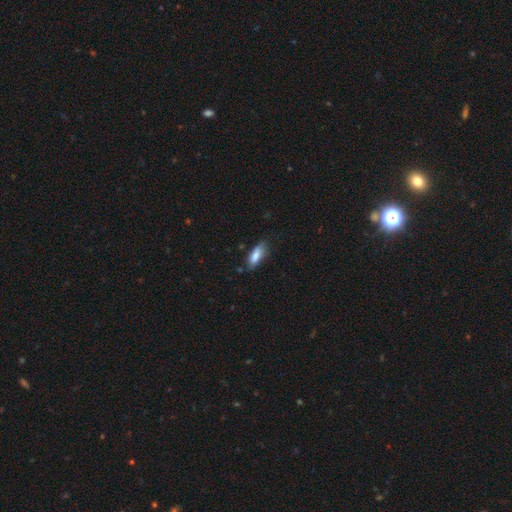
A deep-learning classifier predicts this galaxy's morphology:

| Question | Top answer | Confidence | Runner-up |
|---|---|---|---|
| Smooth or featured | smooth | 82% | featured or disk (11%) |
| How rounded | in between | 70% | cigar-shaped (28%) |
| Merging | none | 71% | minor disturbance (23%) |